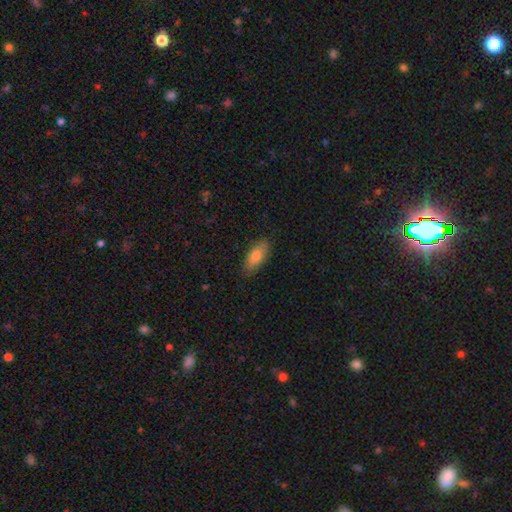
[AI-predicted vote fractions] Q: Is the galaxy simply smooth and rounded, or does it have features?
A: smooth — 79%.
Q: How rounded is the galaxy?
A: in between — 82%.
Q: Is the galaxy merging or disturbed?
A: none — 83%.